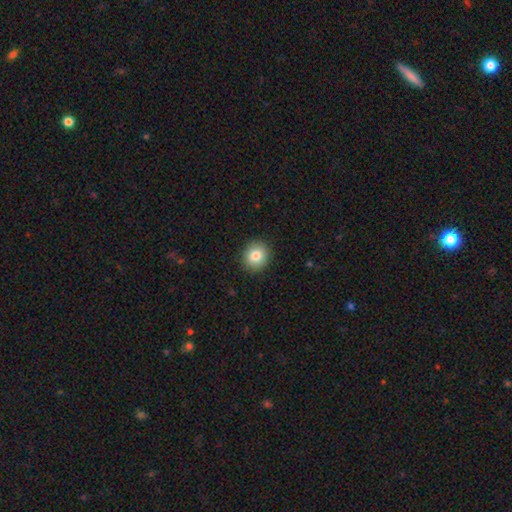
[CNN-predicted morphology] Overall: smooth (83%). How rounded: round (81%). Merging: none (91%).